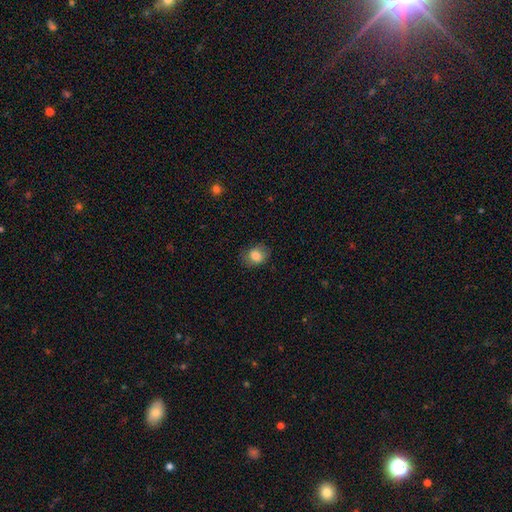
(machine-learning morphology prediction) smooth 80%, featured or disk 10%, star or artifact 9%. Down the decision tree: how rounded — in between (54%); merging — none (78%).